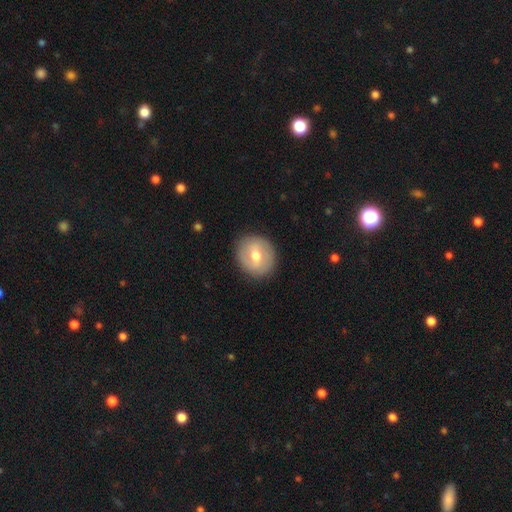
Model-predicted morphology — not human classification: A smooth galaxy with no disk features (50%). Merging: none (86%).